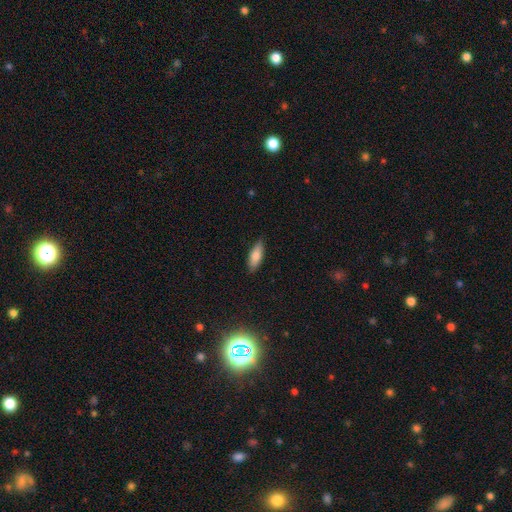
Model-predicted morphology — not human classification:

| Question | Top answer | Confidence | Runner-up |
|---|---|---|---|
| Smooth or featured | smooth | 80% | featured or disk (14%) |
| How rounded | in between | 64% | cigar-shaped (34%) |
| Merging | none | 85% | minor disturbance (12%) |